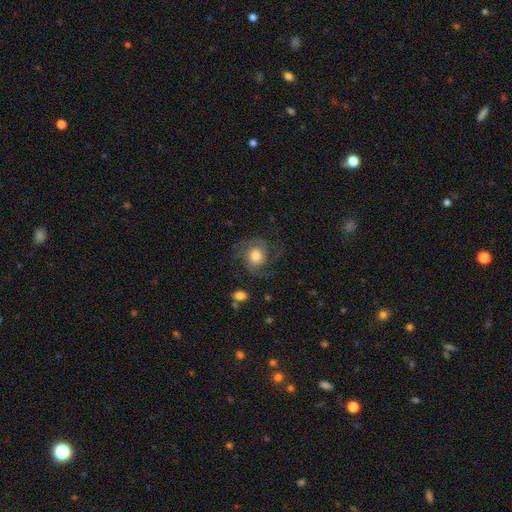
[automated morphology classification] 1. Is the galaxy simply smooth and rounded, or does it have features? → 78% featured or disk, 16% smooth, 7% star or artifact.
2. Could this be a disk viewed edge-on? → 98% no, 2% yes.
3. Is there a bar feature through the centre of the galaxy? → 74% no, 22% weak, 4% strong.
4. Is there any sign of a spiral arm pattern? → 95% yes, 5% no.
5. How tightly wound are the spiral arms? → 49% medium, 33% tight, 18% loose.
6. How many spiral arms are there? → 44% 2, 28% 3, 12% can't tell, 6% 4, 5% 1, 5% more than 4.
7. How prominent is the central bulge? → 52% moderate, 35% large, 8% small, 4% dominant, 2% none.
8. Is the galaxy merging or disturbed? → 69% none, 16% minor disturbance, 14% major disturbance, 2% merger.